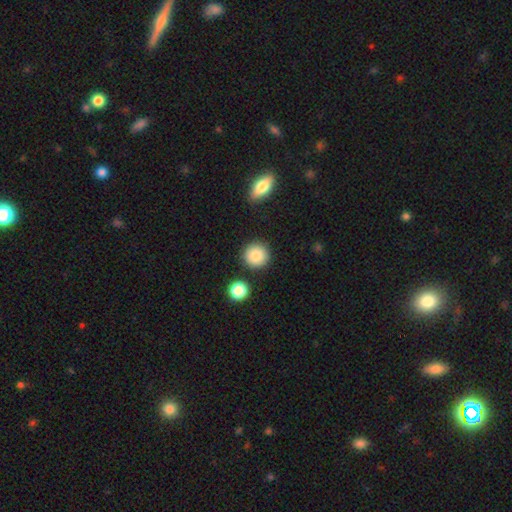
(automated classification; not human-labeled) A smooth galaxy with no disk features (87%) that is round (94%). Merging: none (88%).